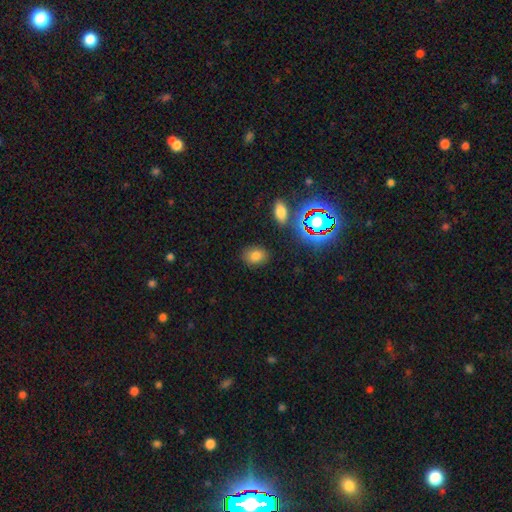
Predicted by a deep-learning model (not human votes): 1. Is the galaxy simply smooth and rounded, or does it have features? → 75% smooth, 17% star or artifact, 8% featured or disk.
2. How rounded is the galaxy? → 66% in between, 33% round, 1% cigar-shaped.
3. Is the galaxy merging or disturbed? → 84% none, 10% minor disturbance, 3% major disturbance, 3% merger.